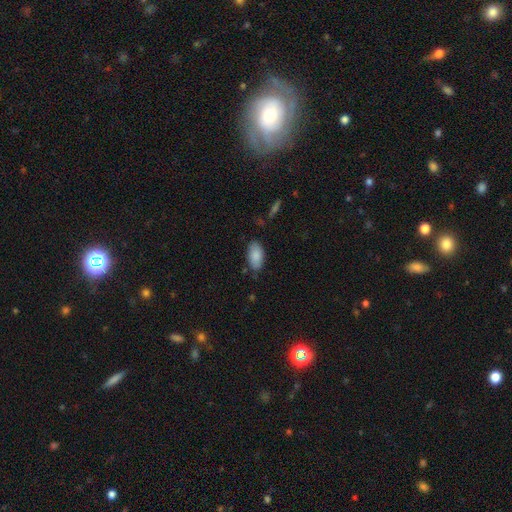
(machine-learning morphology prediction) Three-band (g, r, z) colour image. It shows a smooth galaxy with no disk features (87%) that is in between round and cigar-shaped (93%). Merging: none (78%).